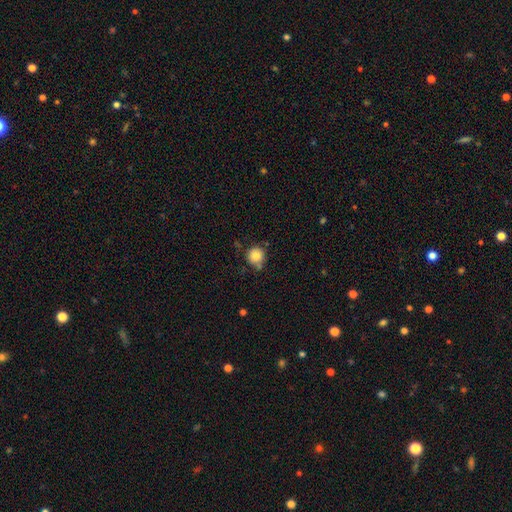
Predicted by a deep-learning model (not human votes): A smooth galaxy with no disk features (83%) that is round (92%).

Vote fractions:
- Smooth or featured? smooth: 83% / star or artifact: 10% / featured or disk: 7%
- How rounded? round: 92% / in between: 7% / cigar-shaped: 1%
- Merging? none: 68% / minor disturbance: 20% / merger: 8% / major disturbance: 4%